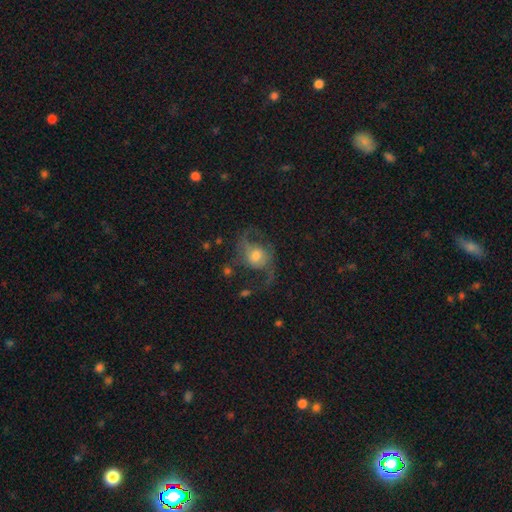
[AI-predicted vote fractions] smooth-or-featured: featured or disk: 73% | smooth: 19% | star or artifact: 8%
  disk-edge-on: no: 97% | yes: 3%
    bar: no: 62% | weak: 30% | strong: 8%
    has-spiral-arms: yes: 88% | no: 12%
      spiral-winding: loose: 61% | medium: 32% | tight: 6%
      spiral-arm-count: 2: 87% | 1: 5% | can't tell: 4% | 3: 2% | 4: 1% | more than 4: 1%
    bulge-size: moderate: 59% | small: 23% | large: 13% | none: 2% | dominant: 2%
  merging: none: 53% | major disturbance: 27% | minor disturbance: 17% | merger: 3%